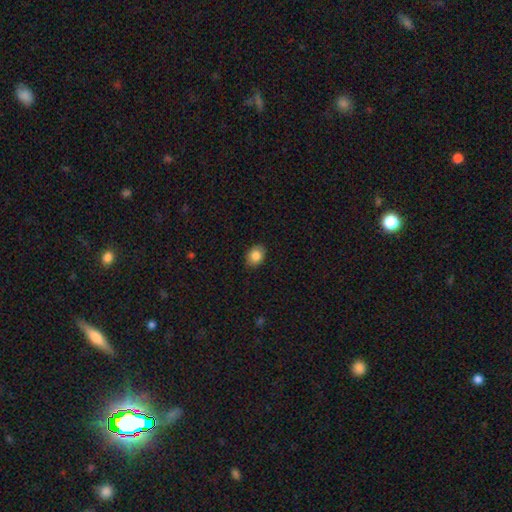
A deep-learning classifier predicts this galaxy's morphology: This is clearly a smooth galaxy (85%). How rounded: likely in between (63%). Merging: clearly none (87%).